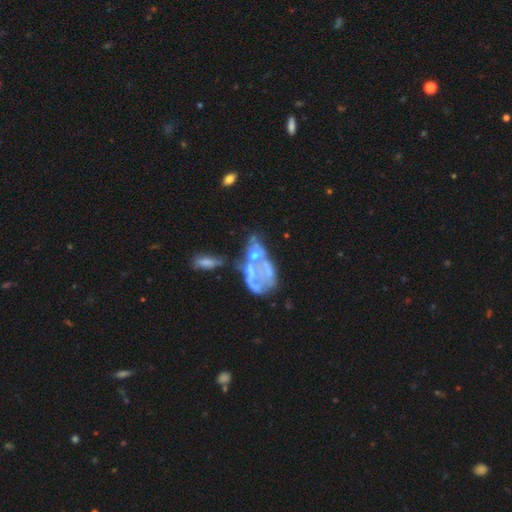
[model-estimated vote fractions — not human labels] Morphology: type=featured or disk (64%); edge-on=no (97%); bar=no (87%); spiral arms=no (87%); bulge=none (52%); merging=merger (53%).